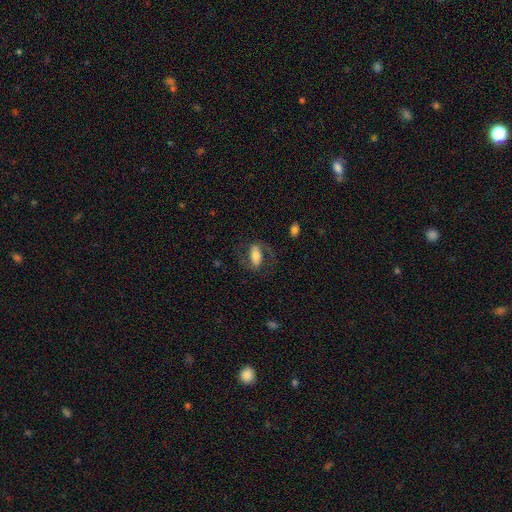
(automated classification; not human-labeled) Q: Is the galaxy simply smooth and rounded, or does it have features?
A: featured or disk — 48%.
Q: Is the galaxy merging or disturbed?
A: none — 68%.